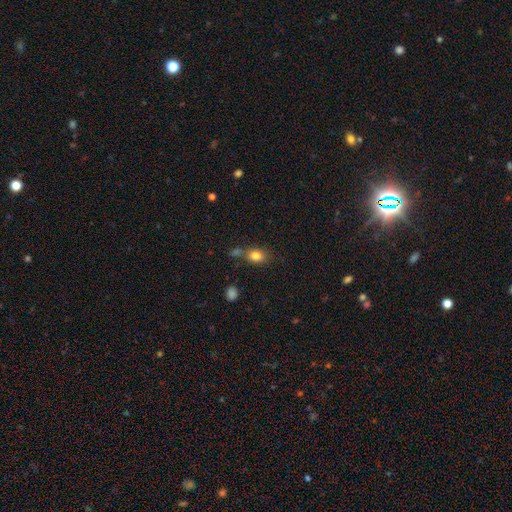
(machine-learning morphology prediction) This appears to be a smooth galaxy with no disk features (81%) that is in between round and cigar-shaped (68%). Merging: none (60%).